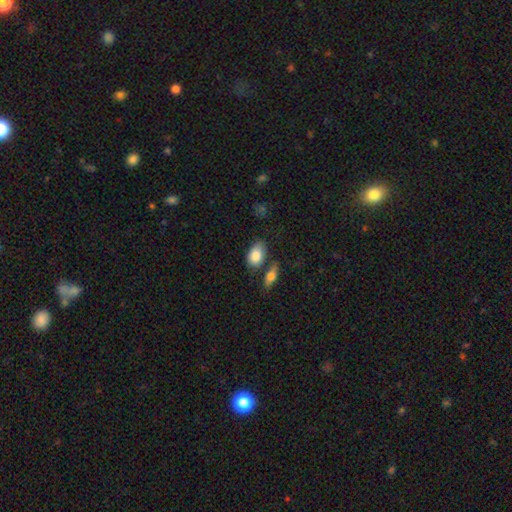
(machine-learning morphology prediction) Overall: smooth (85%). How rounded: in between (87%). Merging: none (63%).